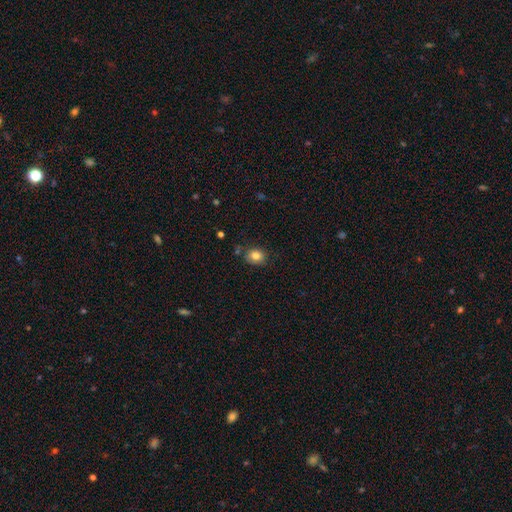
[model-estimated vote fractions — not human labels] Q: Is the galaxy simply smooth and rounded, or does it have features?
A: smooth — 82%.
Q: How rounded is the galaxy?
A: round — 58%.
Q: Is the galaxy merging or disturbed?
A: none — 78%.